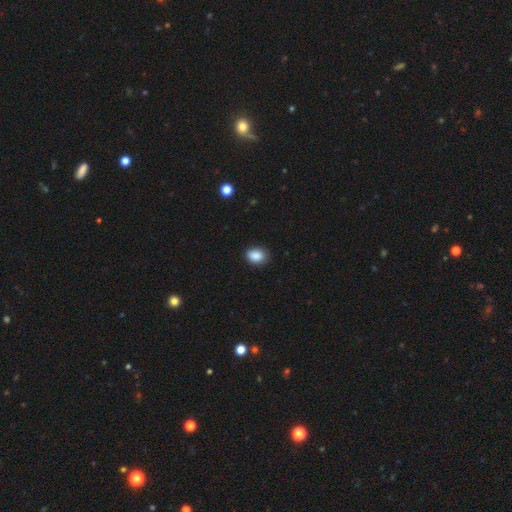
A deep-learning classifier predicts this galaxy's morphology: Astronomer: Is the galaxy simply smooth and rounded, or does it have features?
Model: smooth — 88%.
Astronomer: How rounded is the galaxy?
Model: in between — 64%.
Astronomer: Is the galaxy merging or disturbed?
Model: none — 82%.